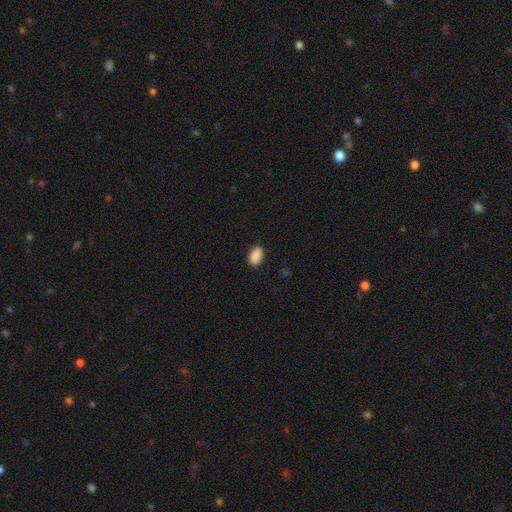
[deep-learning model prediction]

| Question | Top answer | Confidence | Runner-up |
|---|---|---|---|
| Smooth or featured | smooth | 90% | star or artifact (7%) |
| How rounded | in between | 93% | round (5%) |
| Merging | none | 89% | minor disturbance (8%) |